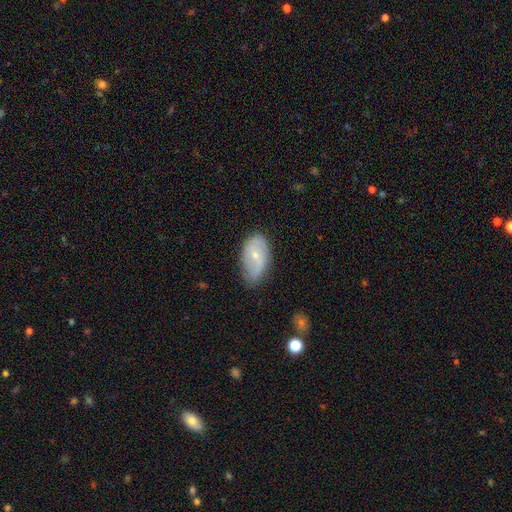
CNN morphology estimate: Smooth or featured: featured or disk — 48% (smooth — 45%)
Merging: none — 62% (minor disturbance — 30%)